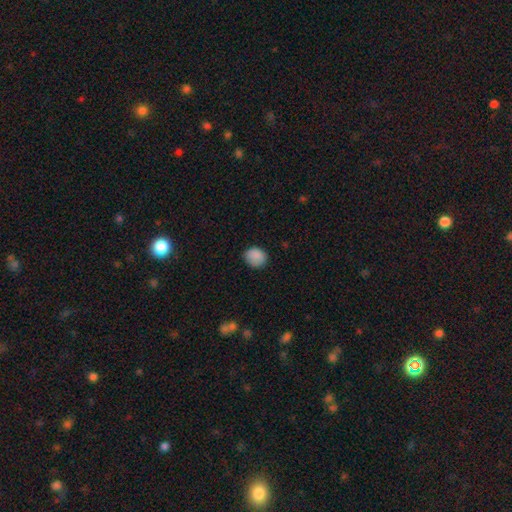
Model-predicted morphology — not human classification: Smooth or featured: smooth — 87% (star or artifact — 8%)
How rounded: round — 63% (in between — 36%)
Merging: none — 78% (minor disturbance — 17%)